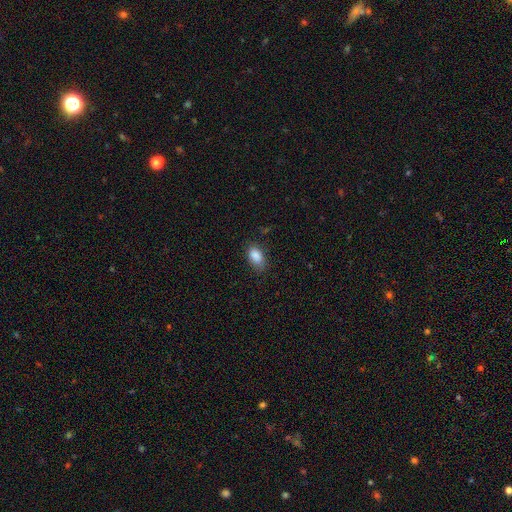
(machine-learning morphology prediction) Smooth or featured?
  - smooth: 87% *
  - star or artifact: 8%
  - featured or disk: 4%
How rounded?
  - in between: 89% *
  - round: 9%
  - cigar-shaped: 2%
Merging?
  - none: 76% *
  - minor disturbance: 19%
  - major disturbance: 4%
  - merger: 1%